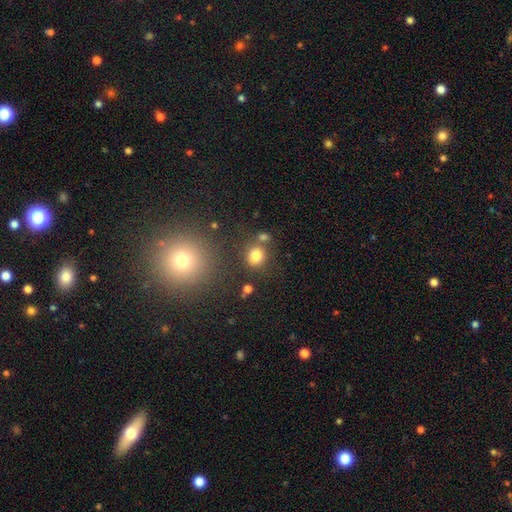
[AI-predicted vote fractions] smooth 80%, star or artifact 14%, featured or disk 7%. Down the decision tree: how rounded — round (76%); merging — none (72%).